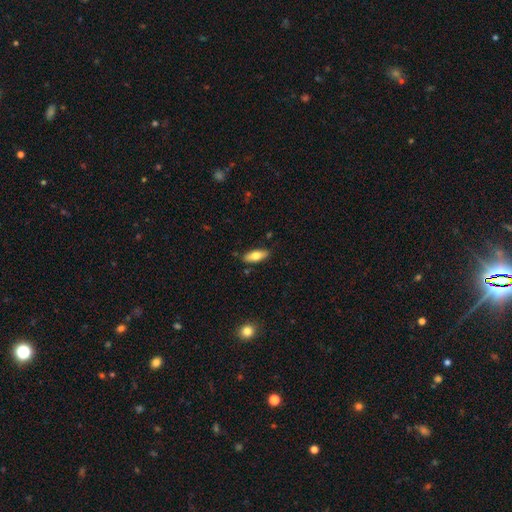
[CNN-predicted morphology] A smooth galaxy with no disk features (72%) that is in between round and cigar-shaped (73%). Merging: none (86%).